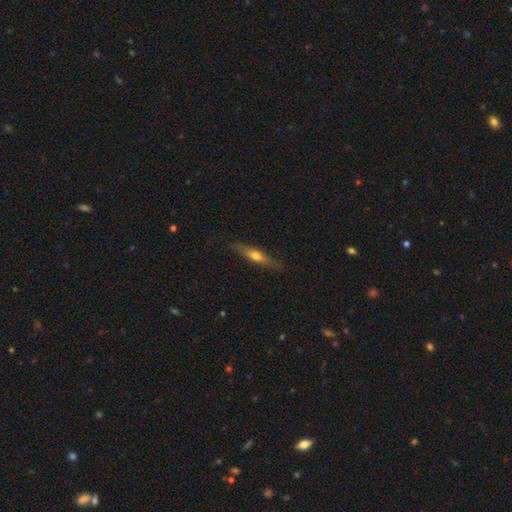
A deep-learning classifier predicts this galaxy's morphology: The model was most divided on "smooth or featured": featured or disk: 48%, smooth: 46%, star or artifact: 6%. More confident: merging — none (85%).